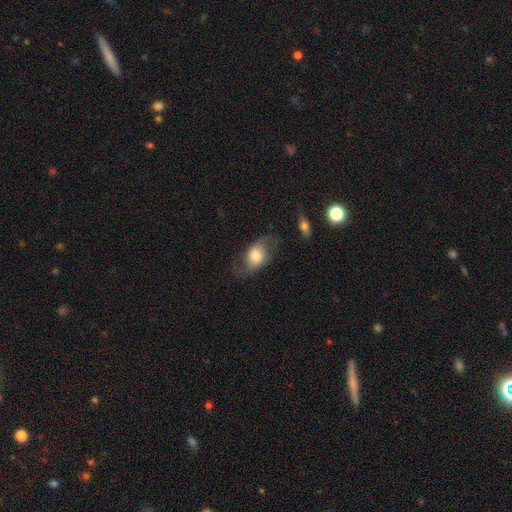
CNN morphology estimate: A smooth galaxy with no disk features (49%).

Vote fractions:
- Smooth or featured? smooth: 49% / featured or disk: 43% / star or artifact: 8%
- Merging? none: 63% / minor disturbance: 20% / major disturbance: 15% / merger: 2%